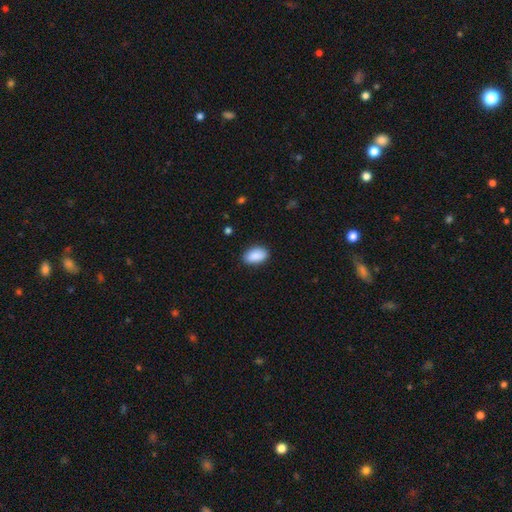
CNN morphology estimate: A smooth galaxy with no disk features (89%) that is in between round and cigar-shaped (92%).

Vote fractions:
- Smooth or featured? smooth: 89% / star or artifact: 6% / featured or disk: 4%
- How rounded? in between: 92% / round: 6% / cigar-shaped: 2%
- Merging? none: 86% / minor disturbance: 11% / major disturbance: 2% / merger: 1%